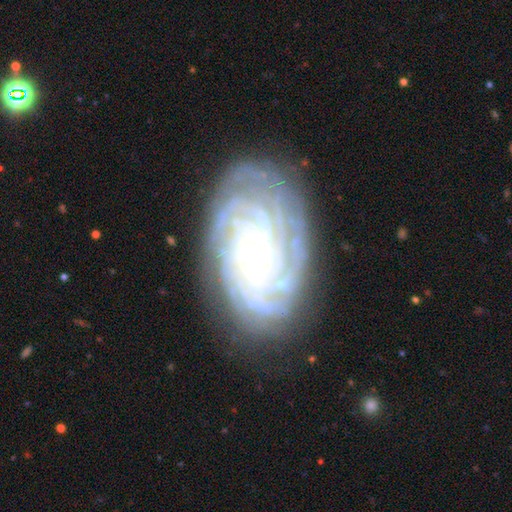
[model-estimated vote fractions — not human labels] smooth_or_featured: featured or disk (p=0.86) [alt: smooth p=0.07]
disk_edge_on: no (p=0.96) [alt: yes p=0.04]
bar: no (p=0.69) [alt: weak p=0.24]
has_spiral_arms: yes (p=0.97) [alt: no p=0.03]
spiral_winding: tight (p=0.80) [alt: medium p=0.16]
spiral_arm_count: more than 4 (p=0.28) [alt: can't tell p=0.26]
bulge_size: small (p=0.51) [alt: moderate p=0.41]
merging: none (p=0.80) [alt: minor disturbance p=0.14]